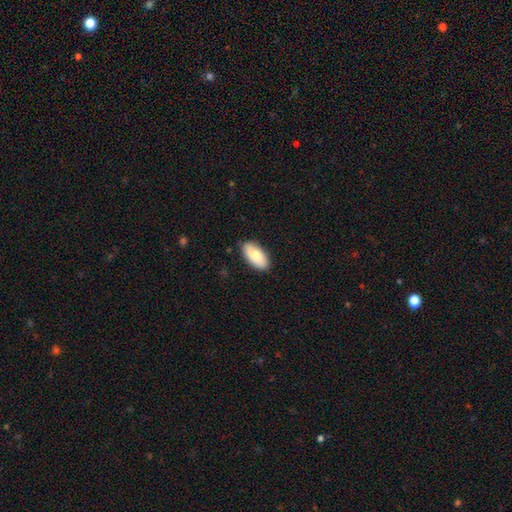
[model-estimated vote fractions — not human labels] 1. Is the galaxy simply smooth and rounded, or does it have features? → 78% smooth, 16% featured or disk, 6% star or artifact.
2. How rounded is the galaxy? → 93% in between, 5% cigar-shaped, 2% round.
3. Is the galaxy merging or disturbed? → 85% none, 12% minor disturbance, 2% major disturbance, 1% merger.